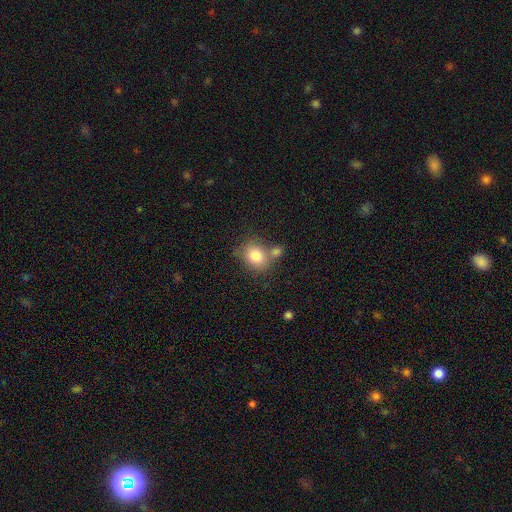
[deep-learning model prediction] Q: Smooth or featured?
A: smooth (79%); runner-up: featured or disk (11%)
Q: How rounded?
A: round (63%); runner-up: in between (36%)
Q: Merging?
A: none (55%); runner-up: merger (27%)